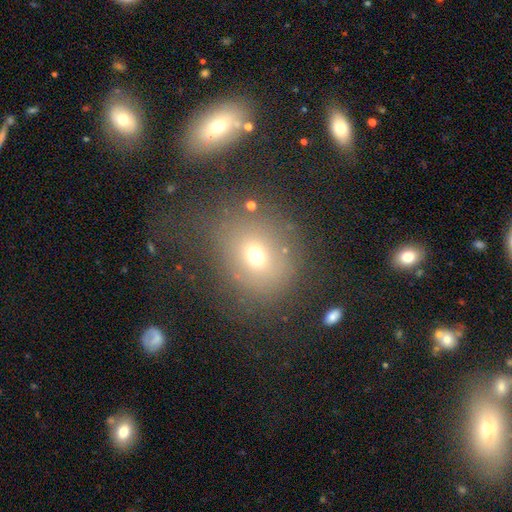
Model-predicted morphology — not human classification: Smooth or featured?
  - smooth: 66% *
  - star or artifact: 18%
  - featured or disk: 16%
How rounded?
  - round: 69% *
  - in between: 30%
  - cigar-shaped: 1%
Merging?
  - none: 69% *
  - minor disturbance: 15%
  - major disturbance: 11%
  - merger: 5%